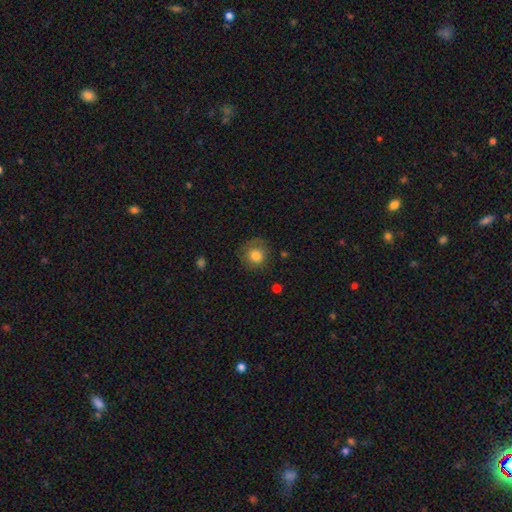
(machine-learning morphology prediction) The model was most divided on "merging": none: 73%, minor disturbance: 18%, major disturbance: 7%, merger: 2%. More confident: how rounded — round (90%); smooth or featured — smooth (80%).